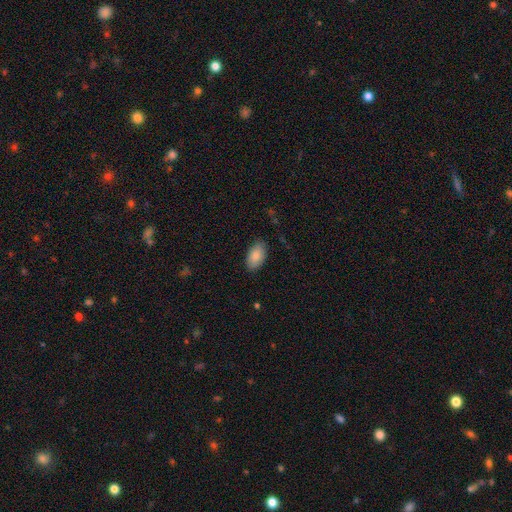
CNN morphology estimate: This is clearly a smooth galaxy (87%). How rounded: clearly in between (95%). Merging: clearly none (85%).